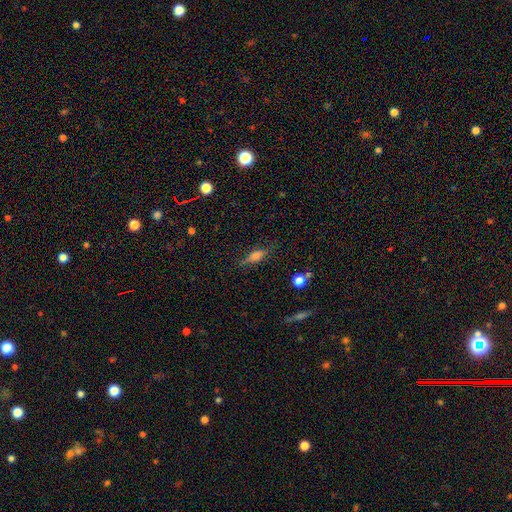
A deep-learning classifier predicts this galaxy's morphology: type=smooth (48%); merging=none (78%).